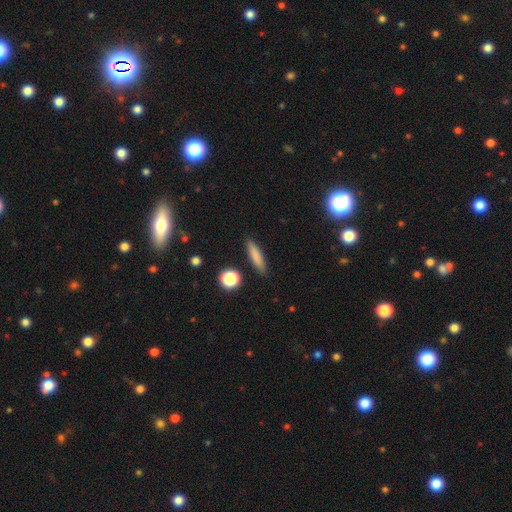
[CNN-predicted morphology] Overall: smooth (80%). How rounded: cigar-shaped (79%). Merging: none (87%).